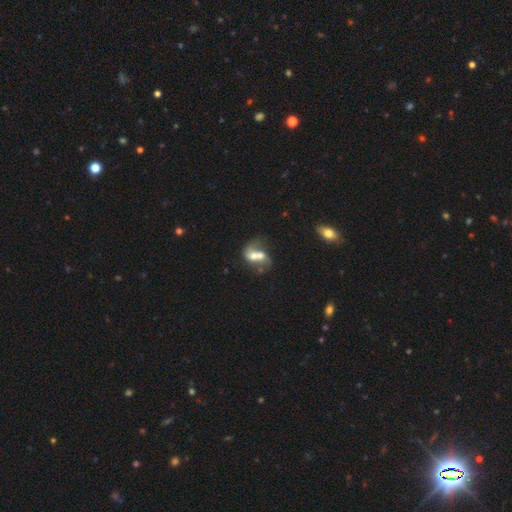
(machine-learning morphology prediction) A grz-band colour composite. It shows a featured or disk galaxy (46%). Merging: merger (72%).